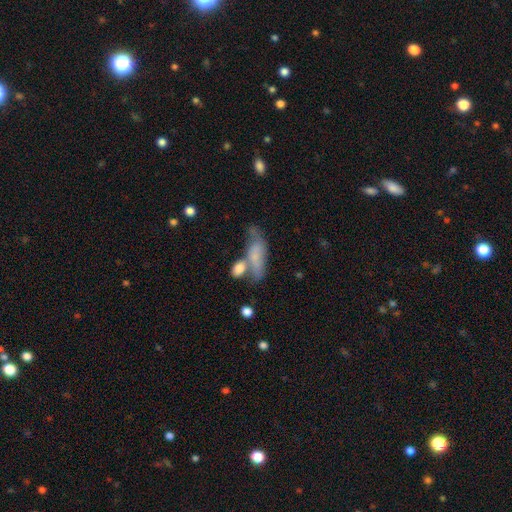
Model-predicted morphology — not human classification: This appears to be a smooth galaxy with no disk features (59%) that is in between round and cigar-shaped (62%). Merging: none (34%).